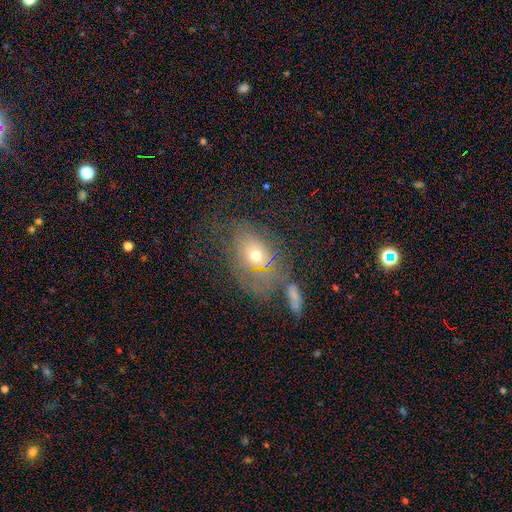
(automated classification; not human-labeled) This is possibly a smooth galaxy (50%). How rounded: likely in between (65%). Merging: marginally none (41%).